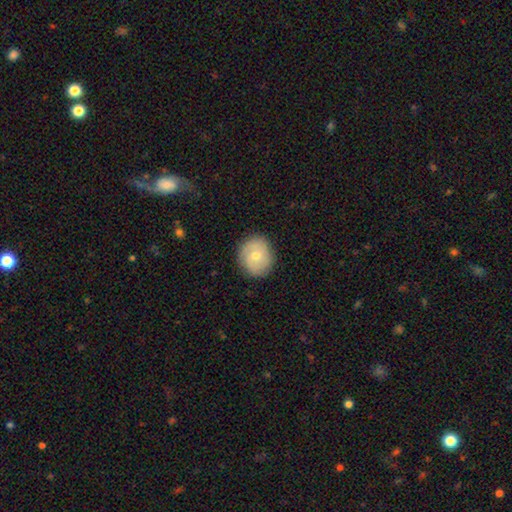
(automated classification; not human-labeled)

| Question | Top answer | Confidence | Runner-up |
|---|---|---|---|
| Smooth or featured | featured or disk | 47% | smooth (46%) |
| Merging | none | 84% | minor disturbance (12%) |